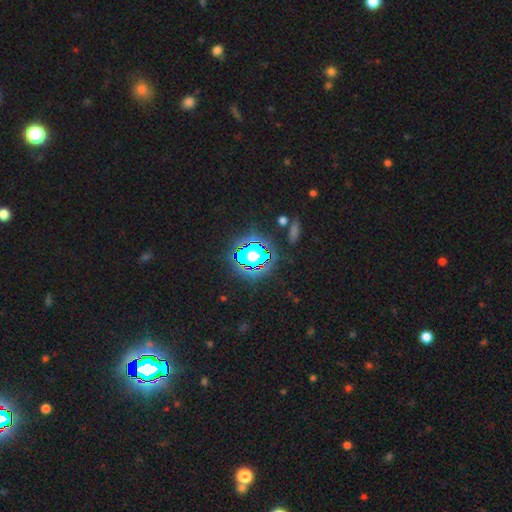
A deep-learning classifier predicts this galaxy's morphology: This is clearly a star or artifact rather than a galaxy (82%).